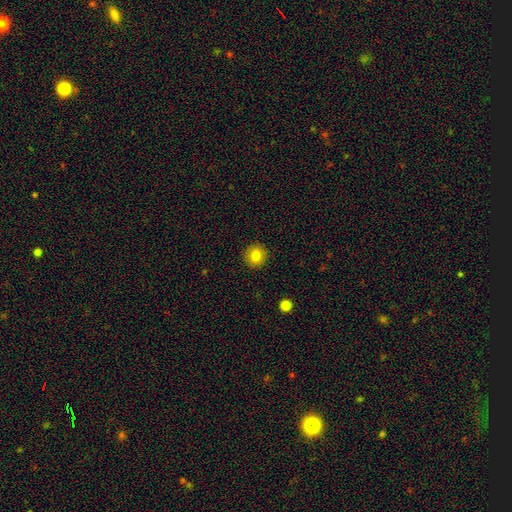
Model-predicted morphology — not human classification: This is clearly a smooth galaxy (83%). How rounded: clearly round (90%). Merging: clearly none (91%).